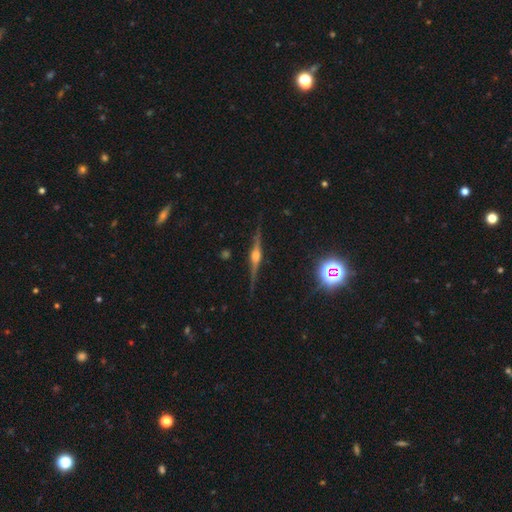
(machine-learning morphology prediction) smooth_or_featured: featured or disk (p=0.84) [alt: star or artifact p=0.09]
disk_edge_on: yes (p=0.98) [alt: no p=0.02]
edge_on_bulge: rounded (p=0.89) [alt: boxy p=0.09]
merging: none (p=0.88) [alt: minor disturbance p=0.08]